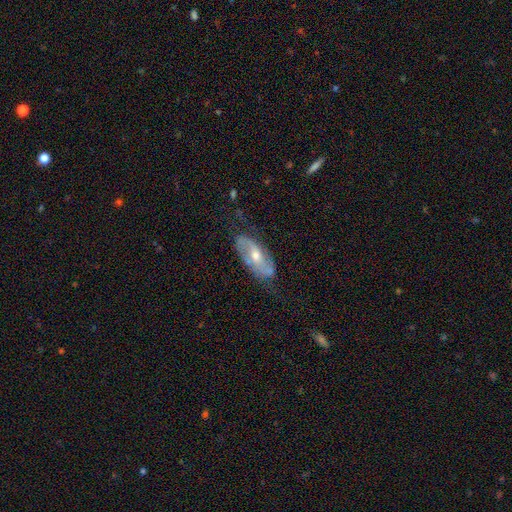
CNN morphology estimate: smooth-or-featured: featured or disk: 72% | smooth: 22% | star or artifact: 6%
  disk-edge-on: no: 89% | yes: 11%
    bar: weak: 42% (tied) | no: 42% (tied) | strong: 16%
    has-spiral-arms: yes: 83% | no: 17%
      spiral-winding: medium: 42% | loose: 36% | tight: 23%
      spiral-arm-count: 2: 81% | can't tell: 13% | 1: 3% | 3: 1% | 4: 1% | more than 4: 1%
    bulge-size: moderate: 65% | small: 29% | large: 4% | none: 1% | dominant: 1%
  merging: none: 65% | minor disturbance: 24% | major disturbance: 9% | merger: 2%